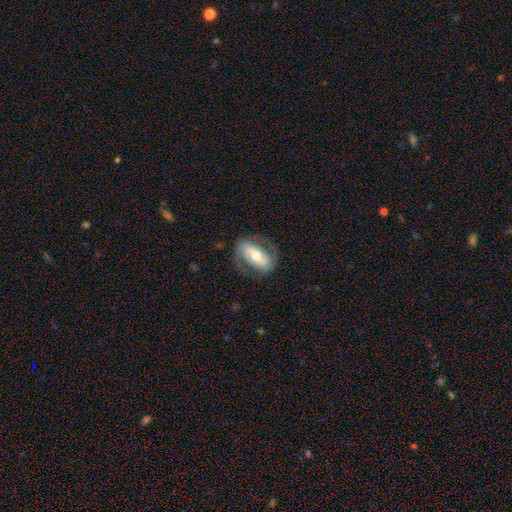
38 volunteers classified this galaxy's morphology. This is likely a featured or disk galaxy (71%). It is clearly not viewed edge-on (93%). Bar: possibly strong (48%). Spiral arm pattern: possibly yes (52%). Spiral arm count: likely 2 (77%). Spiral winding: likely medium (69%). Central bulge: marginally moderate (44%). Merging: likely none (74%).